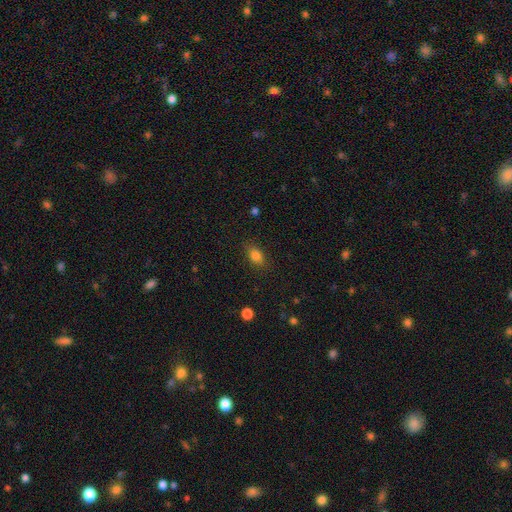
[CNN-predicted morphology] The model was most divided on "how rounded": in between: 80%, round: 17%, cigar-shaped: 3%. More confident: merging — none (84%); smooth or featured — smooth (82%).